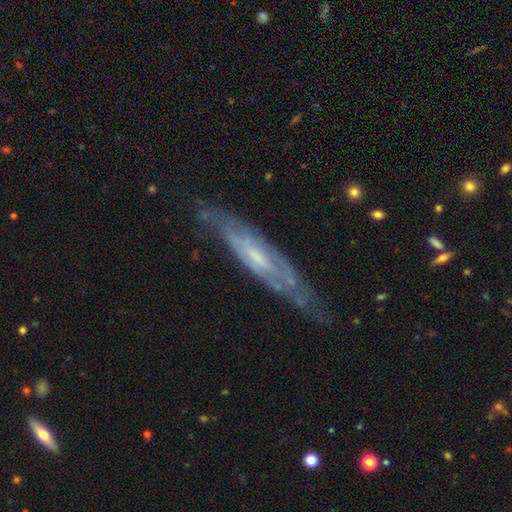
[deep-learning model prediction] Smooth or featured? featured or disk (73%)
Edge-on disk? yes (53%)
Merging? none (68%)